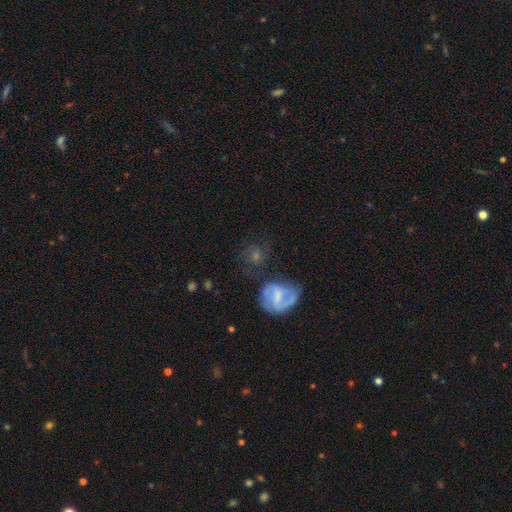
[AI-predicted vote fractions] Morphology: type=featured or disk (46%); merging=none (61%).